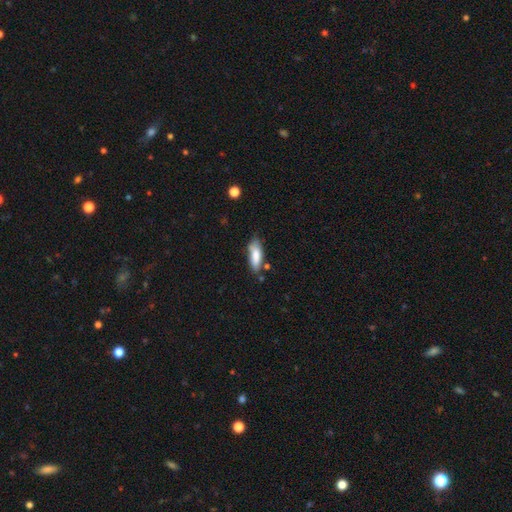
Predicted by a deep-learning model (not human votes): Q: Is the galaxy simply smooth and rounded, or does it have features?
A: smooth — 80%.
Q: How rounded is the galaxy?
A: in between — 63%.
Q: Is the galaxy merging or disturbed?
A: none — 58%.